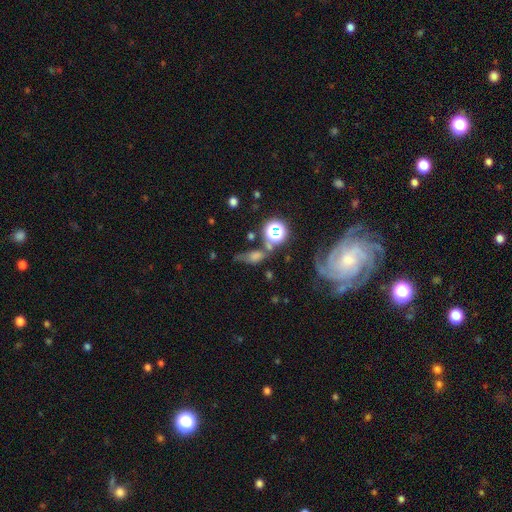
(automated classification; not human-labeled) The model was most divided on "smooth or featured": featured or disk: 50%, smooth: 27%, star or artifact: 23%. More confident: edge-on disk — no (83%); merging — none (55%).